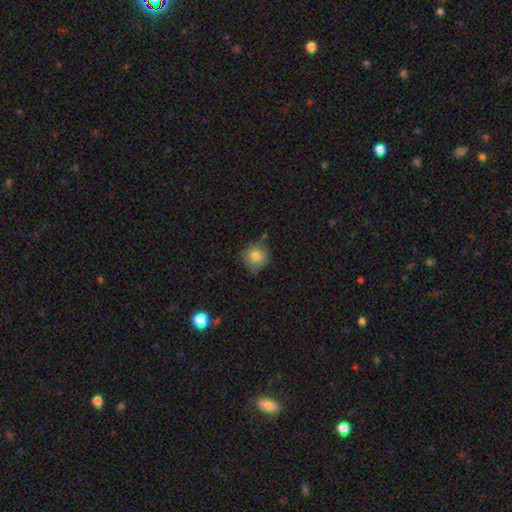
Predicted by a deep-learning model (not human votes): smooth_or_featured: smooth (p=0.80) [alt: featured or disk p=0.10]
how_rounded: round (p=0.88) [alt: in between p=0.11]
merging: none (p=0.73) [alt: minor disturbance p=0.21]